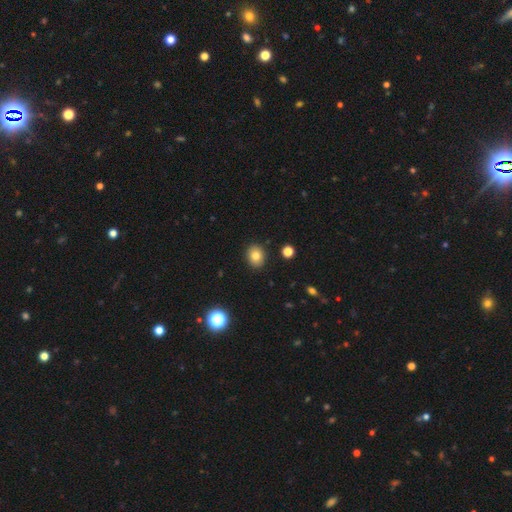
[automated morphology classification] type=smooth (81%); roundness=round (57%); merging=none (90%).